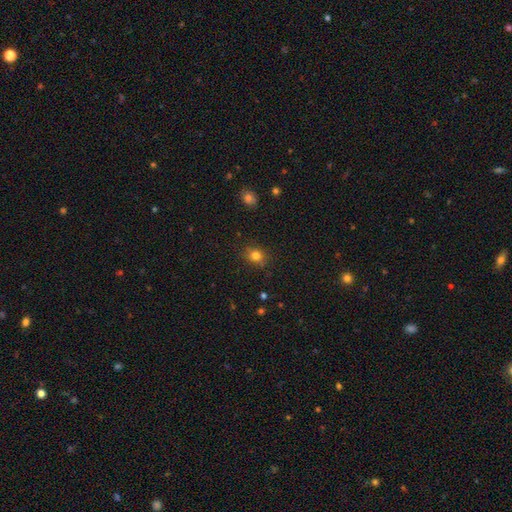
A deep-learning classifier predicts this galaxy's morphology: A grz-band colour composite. It shows a smooth galaxy with no disk features (80%) that is round (63%). Merging: none (84%).